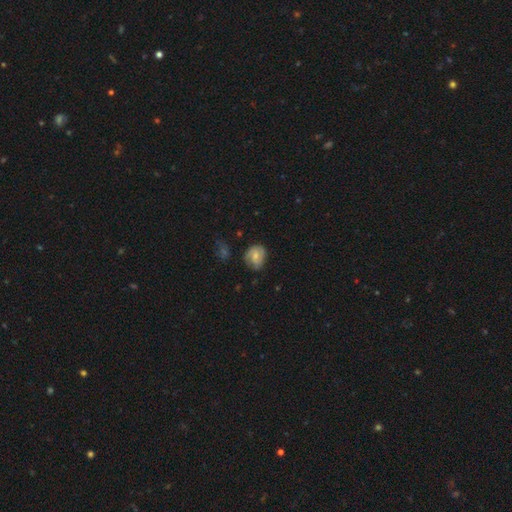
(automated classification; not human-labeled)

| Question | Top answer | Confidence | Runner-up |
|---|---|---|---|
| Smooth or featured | smooth | 48% | featured or disk (45%) |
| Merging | none | 64% | minor disturbance (27%) |